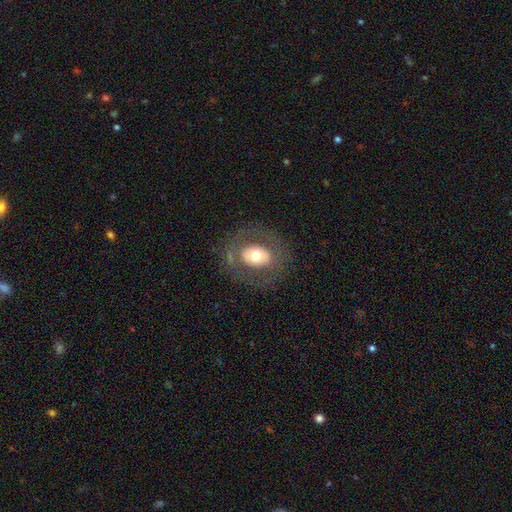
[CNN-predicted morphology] A smooth galaxy with no disk features (51%) that is round (52%). Merging: none (77%).